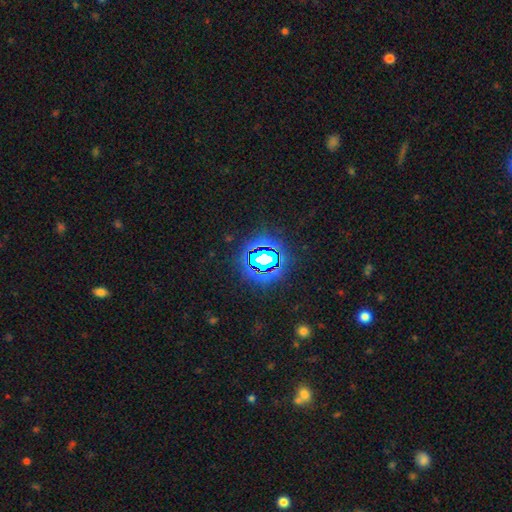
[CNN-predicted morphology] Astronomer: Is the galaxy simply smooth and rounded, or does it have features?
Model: star or artifact — 75%.